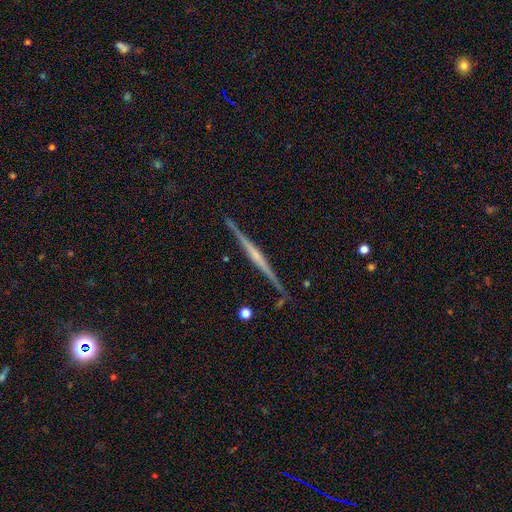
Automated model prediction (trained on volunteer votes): A featured or disk galaxy (81%) viewed edge-on (98%) with a rounded central bulge (50%).

Vote fractions:
- Smooth or featured? featured or disk: 81% / smooth: 14% / star or artifact: 6%
- Edge-on disk? yes: 98% / no: 2%
- Edge-on bulge? rounded: 50% / none: 35% / boxy: 14%
- Merging? none: 90% / minor disturbance: 7% / merger: 1% / major disturbance: 1%